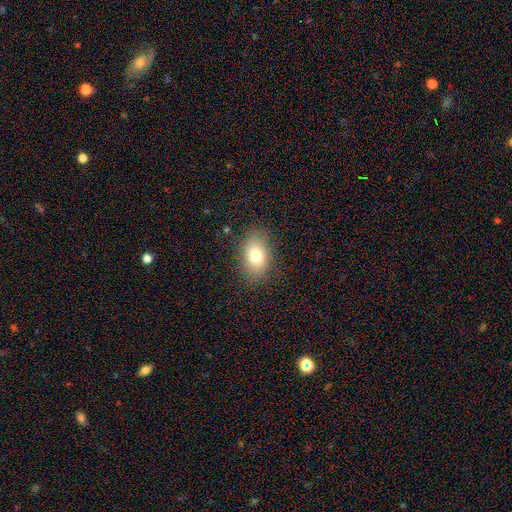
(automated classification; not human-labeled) A smooth galaxy with no disk features (76%) that is in between round and cigar-shaped (81%). Merging: none (84%).